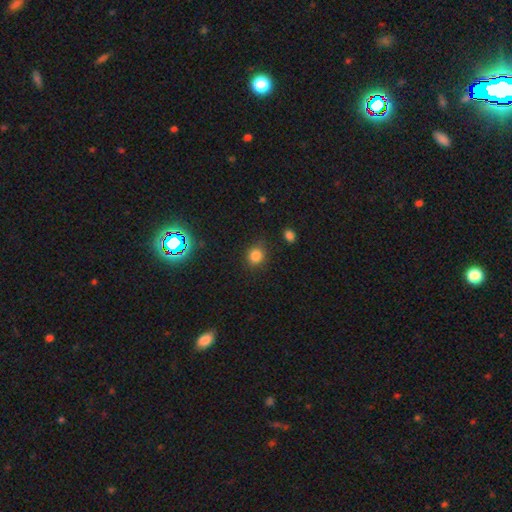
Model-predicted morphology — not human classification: This is clearly a smooth galaxy (81%). How rounded: clearly round (83%). Merging: clearly none (82%).